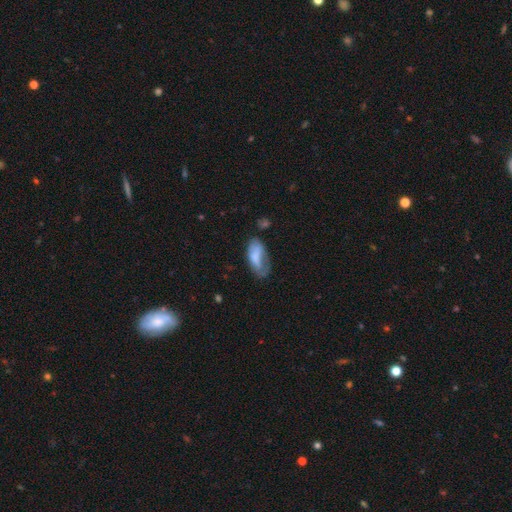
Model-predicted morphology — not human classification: type=smooth (71%); roundness=in between (88%); merging=none (35%).